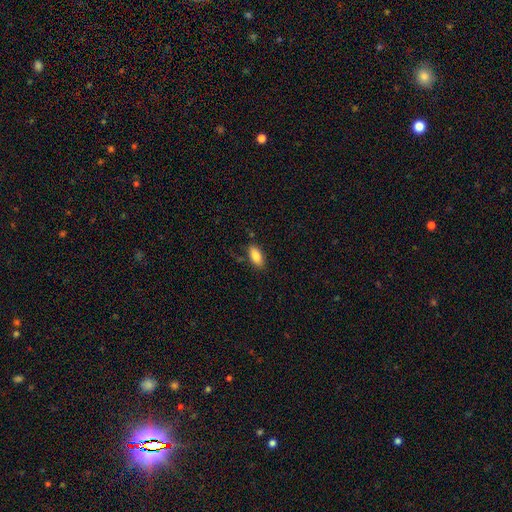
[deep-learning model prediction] smooth-or-featured: smooth: 85% | featured or disk: 8% | star or artifact: 7%
  how-rounded: in between: 89% | cigar-shaped: 8% | round: 3%
  merging: none: 80% | minor disturbance: 14% | major disturbance: 3% | merger: 3%